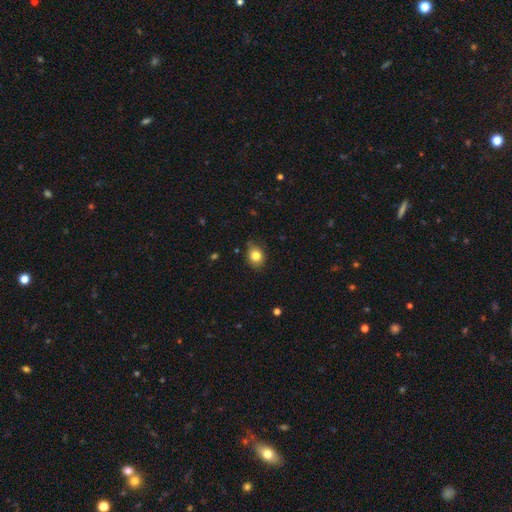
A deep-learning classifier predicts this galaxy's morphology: Smooth or featured: smooth — 83% (star or artifact — 10%)
How rounded: round — 57% (in between — 42%)
Merging: none — 79% (minor disturbance — 17%)